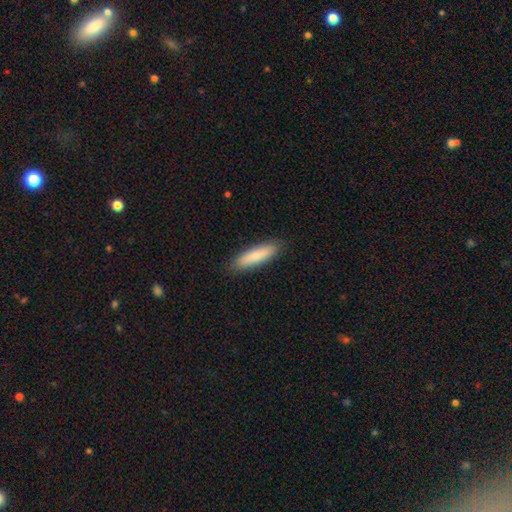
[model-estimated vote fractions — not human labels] smooth-or-featured: smooth: 84% | featured or disk: 10% | star or artifact: 6%
  how-rounded: cigar-shaped: 75% | in between: 23% | round: 1%
  merging: none: 89% | minor disturbance: 8% | major disturbance: 2% | merger: 1%